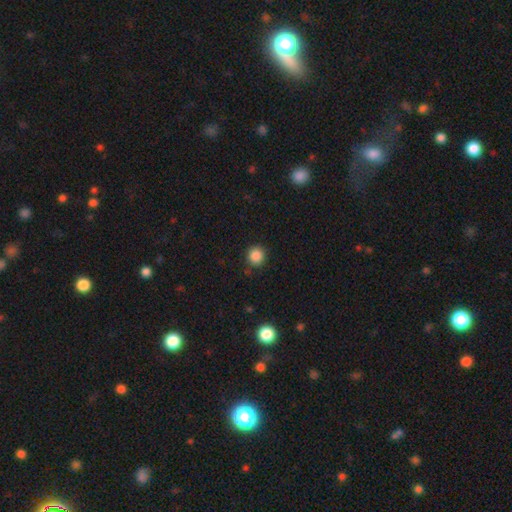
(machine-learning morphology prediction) A smooth galaxy with no disk features (86%) that is round (92%).

Vote fractions:
- Smooth or featured? smooth: 86% / star or artifact: 10% / featured or disk: 3%
- How rounded? round: 92% / in between: 7% / cigar-shaped: 1%
- Merging? none: 88% / minor disturbance: 8% / major disturbance: 2% / merger: 2%